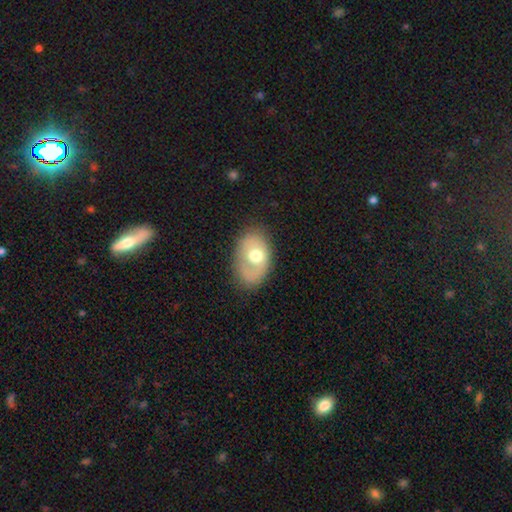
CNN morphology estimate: Overall: smooth (59%; featured or disk 33%). How rounded: in between (82%). Merging: none (63%; minor disturbance 23%).